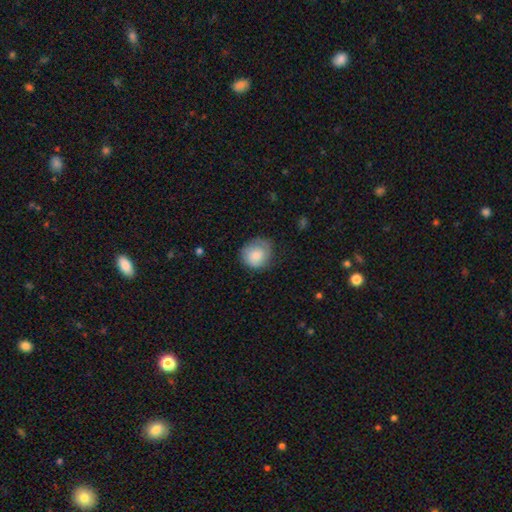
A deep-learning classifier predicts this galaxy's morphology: This appears to be a smooth galaxy with no disk features (78%) that is round (83%). Merging: none (62%).